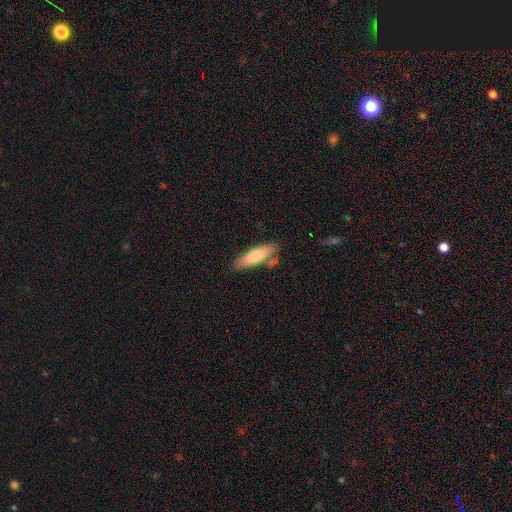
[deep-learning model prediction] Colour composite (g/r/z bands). It shows a smooth galaxy with no disk features (74%) that is cigar-shaped (63%). Merging: none (77%).